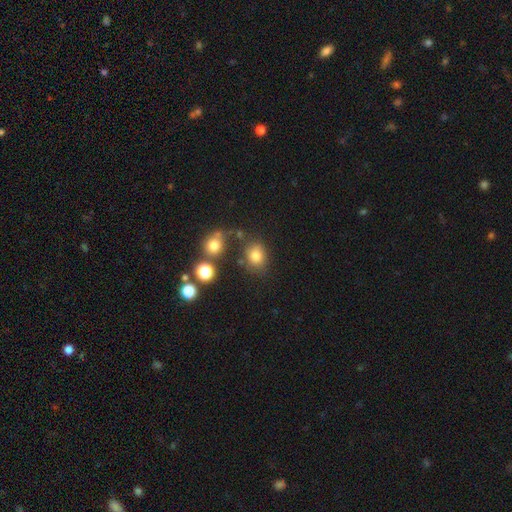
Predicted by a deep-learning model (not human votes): The model was most divided on "how rounded": round: 60%, in between: 39%, cigar-shaped: 1%. More confident: smooth or featured — smooth (79%); merging — none (72%).